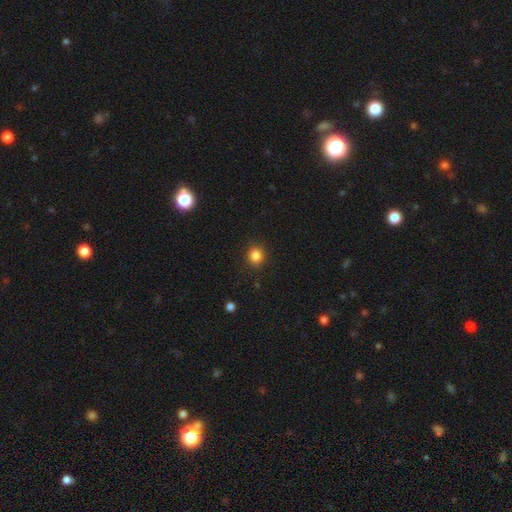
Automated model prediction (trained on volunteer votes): This is clearly a smooth galaxy (85%). How rounded: clearly round (89%). Merging: clearly none (90%).